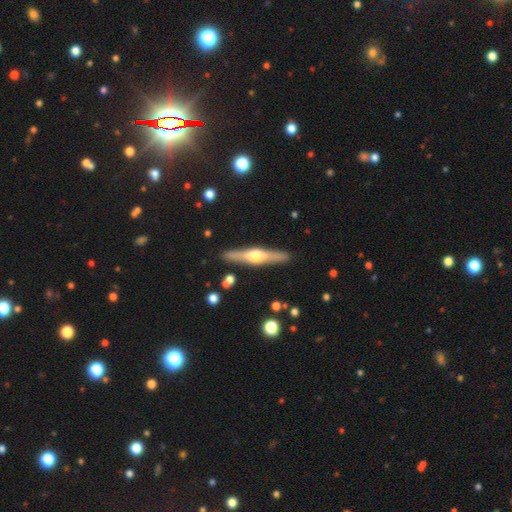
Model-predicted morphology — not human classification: This appears to be a featured or disk galaxy (69%) viewed edge-on (97%) with a rounded central bulge (92%). Merging: none (90%).